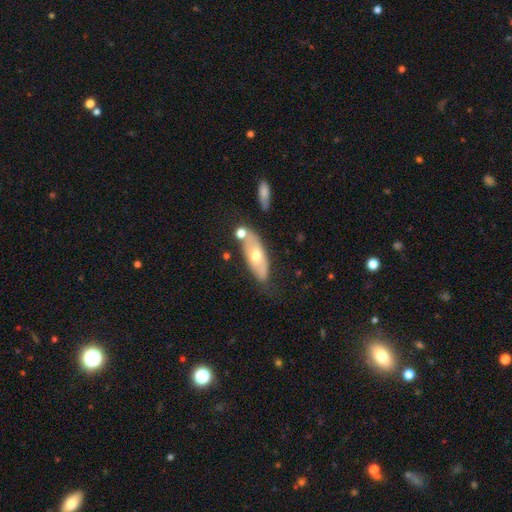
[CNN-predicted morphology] Q: Smooth or featured?
A: smooth (51%); runner-up: featured or disk (42%)
Q: How rounded?
A: in between (71%); runner-up: cigar-shaped (26%)
Q: Merging?
A: none (64%); runner-up: minor disturbance (18%)